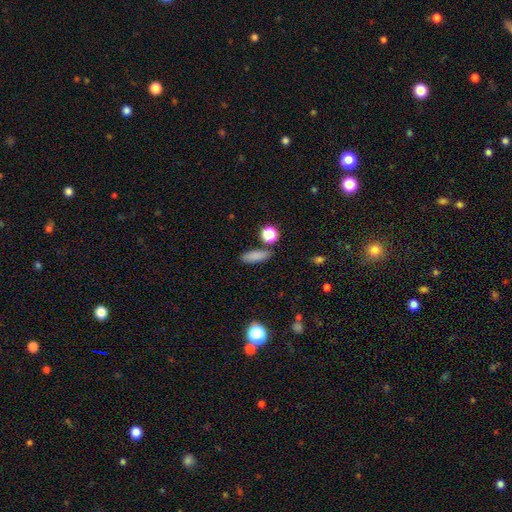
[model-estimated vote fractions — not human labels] A smooth galaxy with no disk features (83%) that is in between round and cigar-shaped (51%). Merging: none (82%).